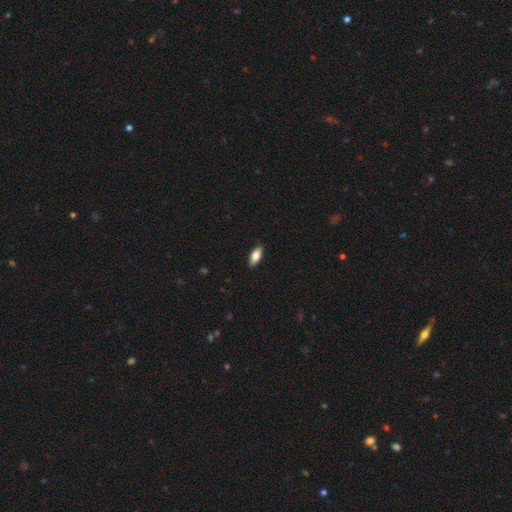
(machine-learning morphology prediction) type=smooth (79%); roundness=in between (82%); merging=none (89%).